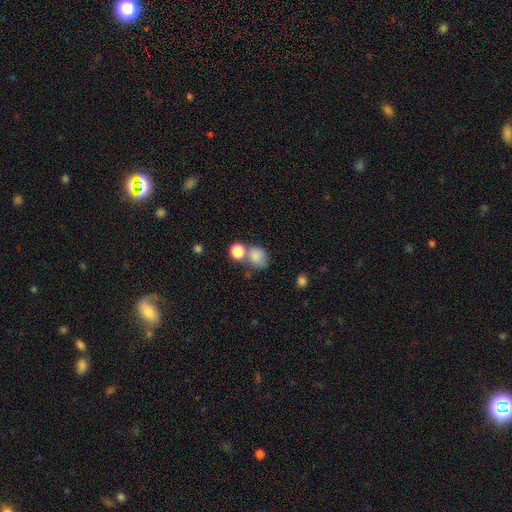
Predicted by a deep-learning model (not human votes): This is clearly a smooth galaxy (81%). How rounded: possibly round (58%). Merging: possibly none (45%).